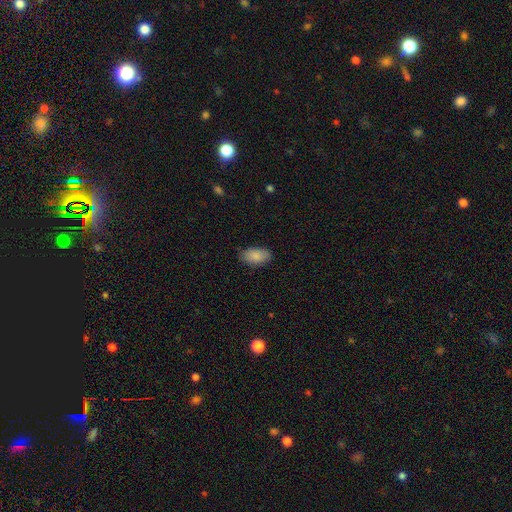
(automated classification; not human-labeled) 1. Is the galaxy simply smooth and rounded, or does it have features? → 88% smooth, 6% star or artifact, 6% featured or disk.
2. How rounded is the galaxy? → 94% in between, 4% round, 2% cigar-shaped.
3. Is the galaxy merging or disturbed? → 82% none, 14% minor disturbance, 3% major disturbance, 1% merger.